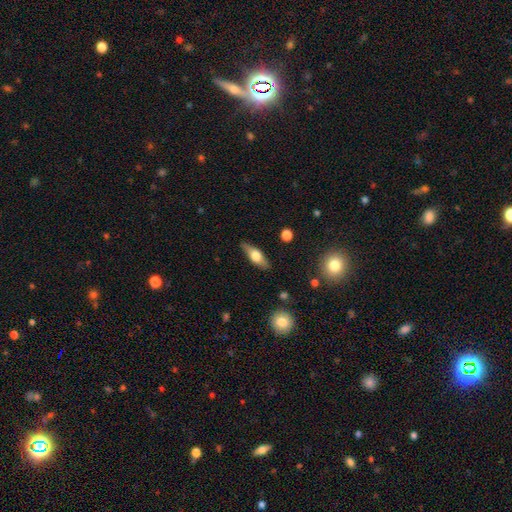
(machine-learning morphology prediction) Smooth or featured: smooth — 50% (featured or disk — 43%)
How rounded: in between — 60% (cigar-shaped — 36%)
Merging: none — 84% (minor disturbance — 12%)